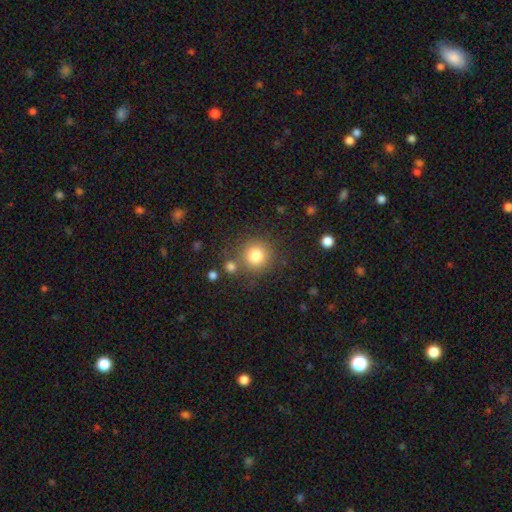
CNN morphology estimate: smooth 81%, star or artifact 11%, featured or disk 8%. Down the decision tree: how rounded — round (93%); merging — none (77%).